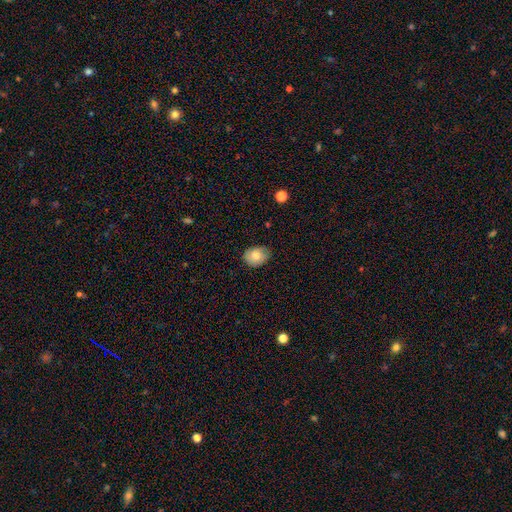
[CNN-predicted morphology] This appears to be a smooth galaxy with no disk features (79%) that is in between round and cigar-shaped (58%). Merging: none (77%).